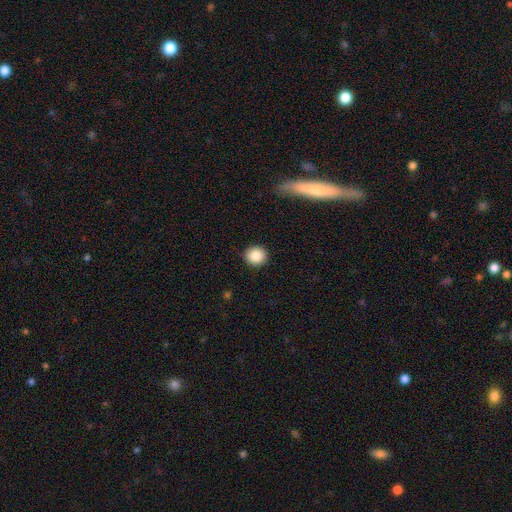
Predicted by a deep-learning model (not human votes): A smooth galaxy with no disk features (86%) that is round (91%).

Vote fractions:
- Smooth or featured? smooth: 86% / star or artifact: 9% / featured or disk: 5%
- How rounded? round: 91% / in between: 8% / cigar-shaped: 1%
- Merging? none: 92% / minor disturbance: 5% / major disturbance: 2% / merger: 1%